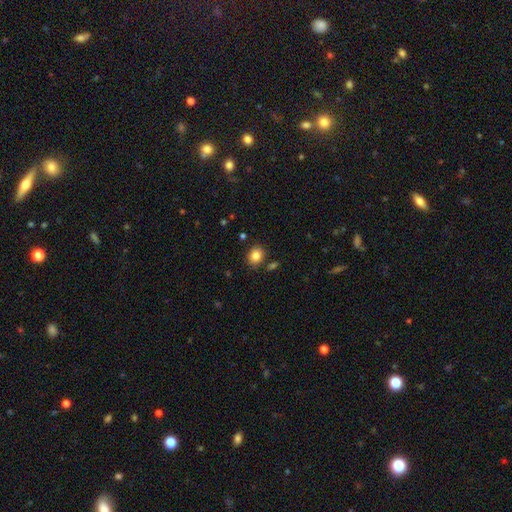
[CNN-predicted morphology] smooth 84%, star or artifact 10%, featured or disk 7%. Down the decision tree: how rounded — round (59%); merging — none (83%).